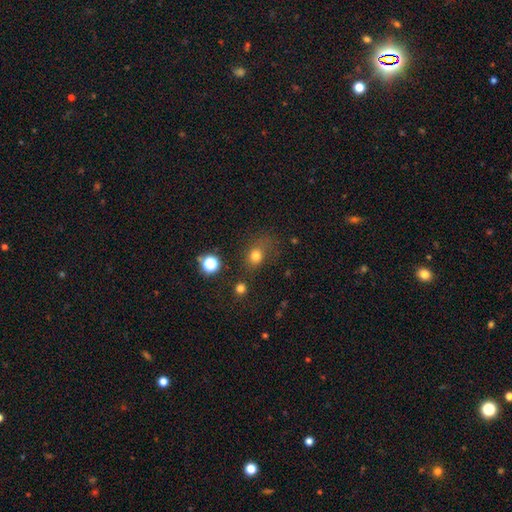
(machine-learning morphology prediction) smooth-or-featured: smooth: 75% | star or artifact: 17% | featured or disk: 8%
  how-rounded: round: 61% | in between: 38% | cigar-shaped: 2%
  merging: none: 59% | minor disturbance: 21% | major disturbance: 14% | merger: 6%